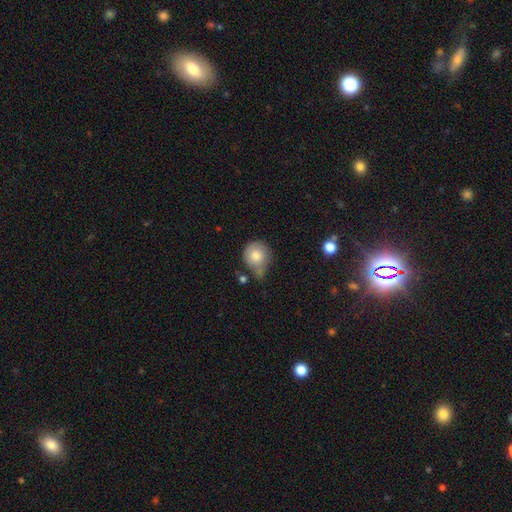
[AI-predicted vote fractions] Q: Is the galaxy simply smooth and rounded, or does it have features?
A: smooth — 79%.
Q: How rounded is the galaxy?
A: round — 85%.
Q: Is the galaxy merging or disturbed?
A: none — 41%.